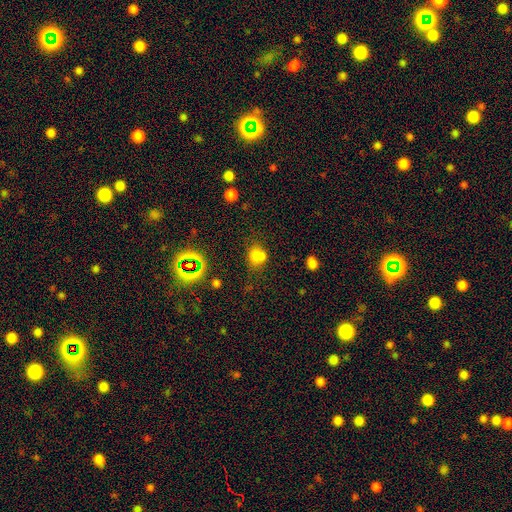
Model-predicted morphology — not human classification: A smooth galaxy with no disk features (69%) that is round (55%). Merging: none (46%).